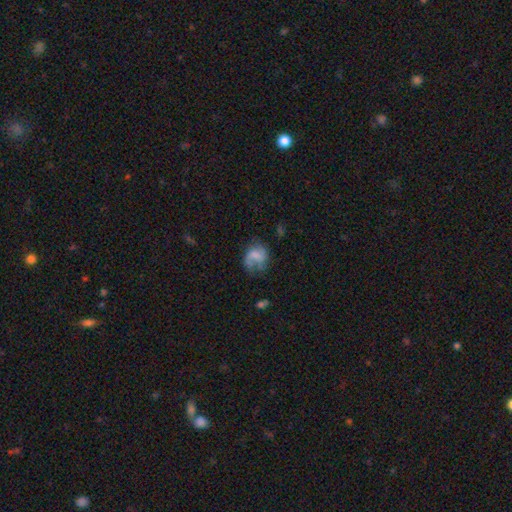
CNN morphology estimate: The model was most divided on "smooth or featured": smooth: 48%, featured or disk: 42%, star or artifact: 10%. Remaining: merging — none (43%).